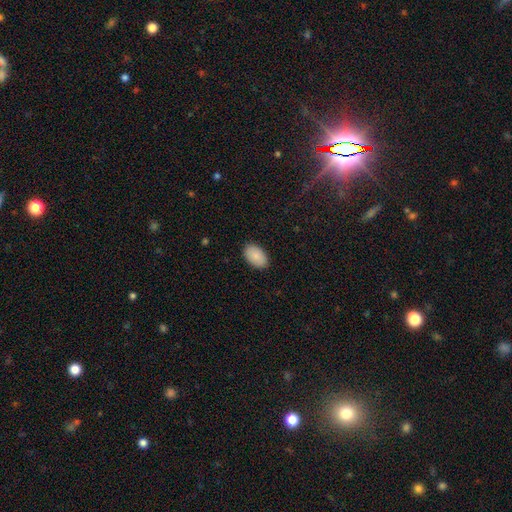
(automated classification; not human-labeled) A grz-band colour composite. It shows a smooth galaxy with no disk features (89%) that is in between round and cigar-shaped (94%). Merging: none (89%).